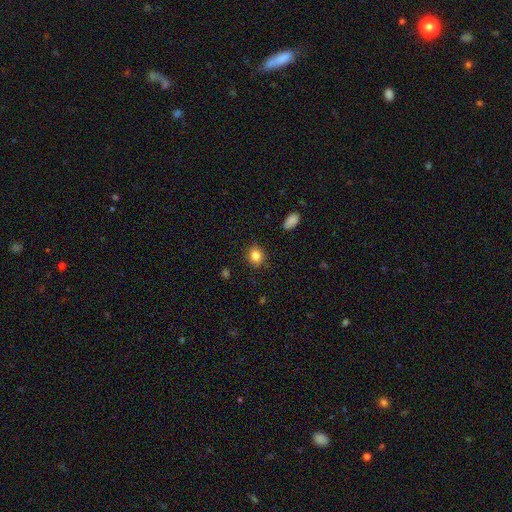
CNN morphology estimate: Q: Smooth or featured?
A: smooth (85%); runner-up: star or artifact (10%)
Q: How rounded?
A: round (64%); runner-up: in between (35%)
Q: Merging?
A: none (87%); runner-up: minor disturbance (9%)